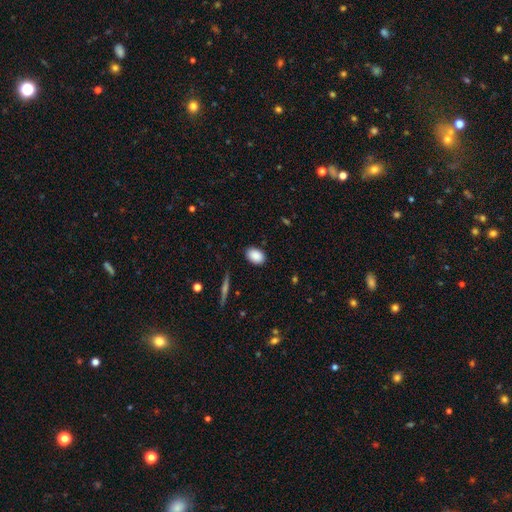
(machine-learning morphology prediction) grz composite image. It shows a smooth galaxy with no disk features (88%) that is in between round and cigar-shaped (83%). Merging: none (87%).